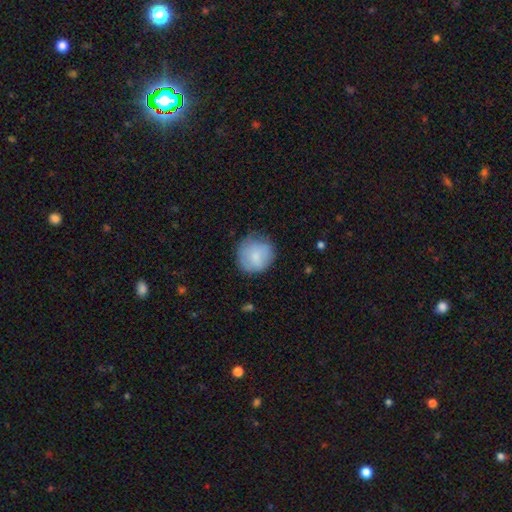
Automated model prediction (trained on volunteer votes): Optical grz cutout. It shows a smooth galaxy with no disk features (80%) that is round (89%). Merging: none (68%).